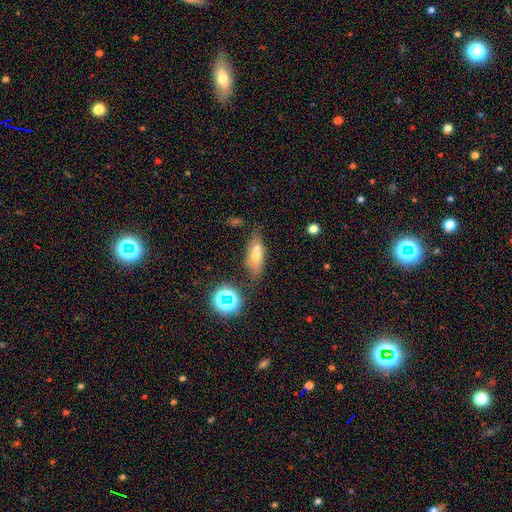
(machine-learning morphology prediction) A smooth galaxy with no disk features (59%) that is in between round and cigar-shaped (70%).

Vote fractions:
- Smooth or featured? smooth: 59% / featured or disk: 26% / star or artifact: 15%
- How rounded? in between: 70% / cigar-shaped: 21% / round: 9%
- Merging? none: 48% / merger: 30% / minor disturbance: 16% / major disturbance: 7%